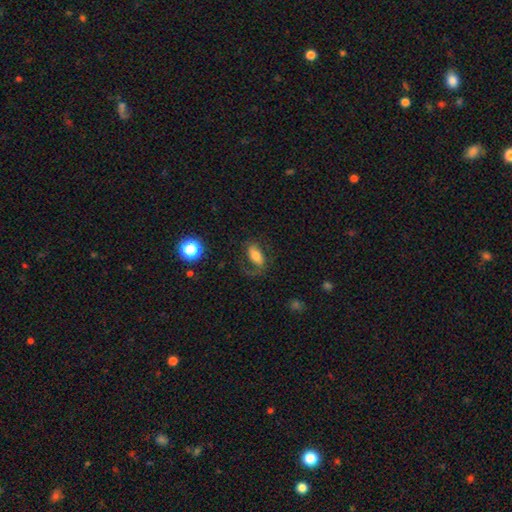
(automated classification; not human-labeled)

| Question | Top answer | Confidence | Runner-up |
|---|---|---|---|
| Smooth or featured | smooth | 54% | featured or disk (36%) |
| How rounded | in between | 83% | round (9%) |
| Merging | none | 58% | major disturbance (20%) |